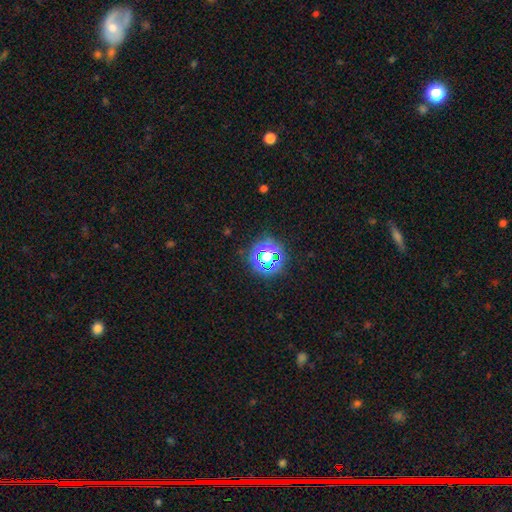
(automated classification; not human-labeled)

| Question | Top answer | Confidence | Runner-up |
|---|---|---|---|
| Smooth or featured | star or artifact | 75% | smooth (17%) |